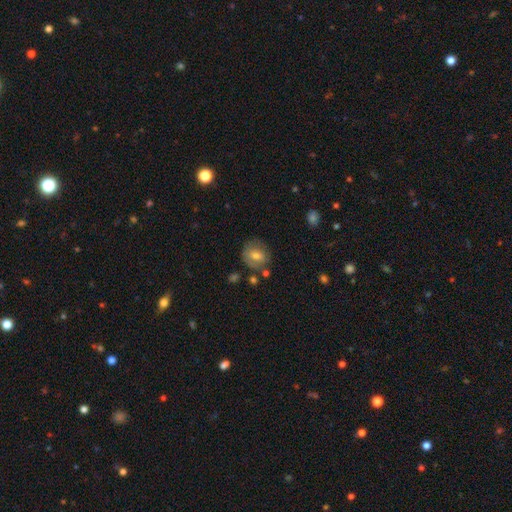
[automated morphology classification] Overall: smooth (64%; featured or disk 26%). How rounded: round (71%). Merging: none (68%).